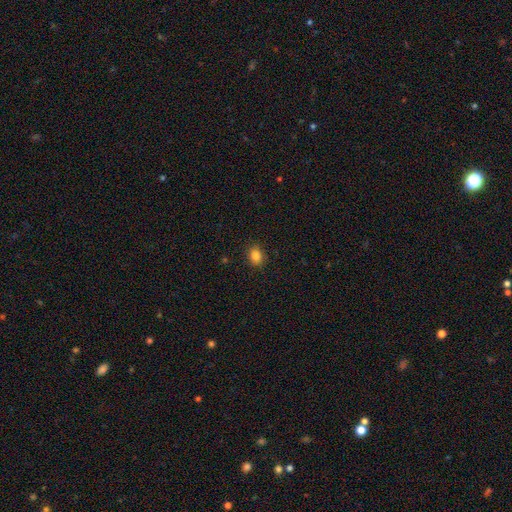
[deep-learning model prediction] Smooth or featured? smooth (85%)
How rounded? in between (57%)
Merging? none (89%)